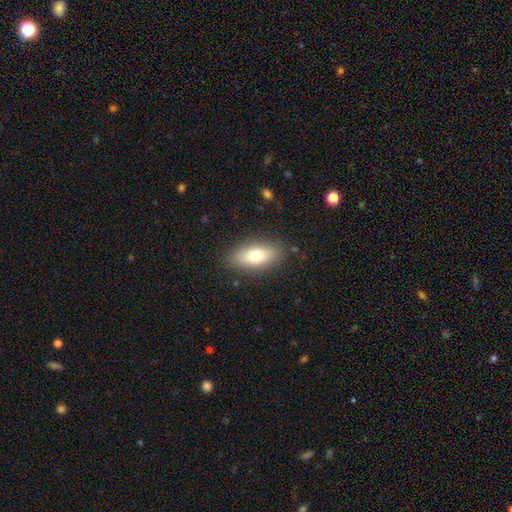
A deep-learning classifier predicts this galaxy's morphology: Smooth or featured: smooth — 76% (featured or disk — 17%)
How rounded: in between — 85% (cigar-shaped — 11%)
Merging: none — 86% (minor disturbance — 10%)